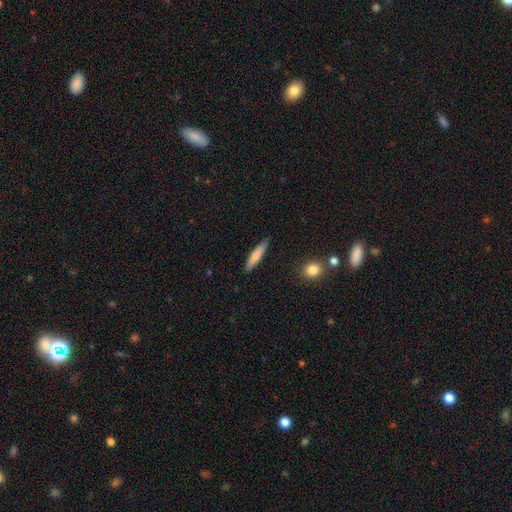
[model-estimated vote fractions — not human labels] A smooth galaxy with no disk features (72%) that is cigar-shaped (85%). Merging: none (87%).